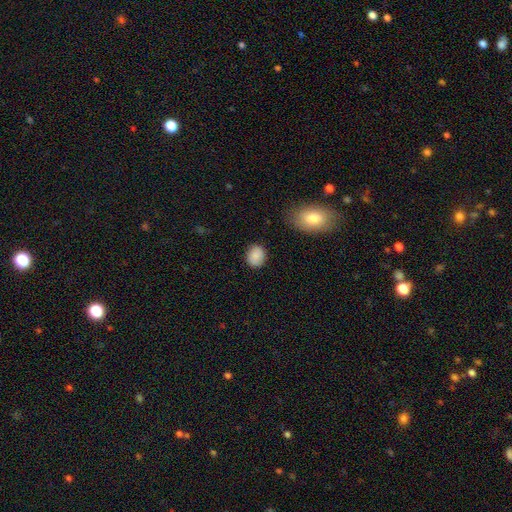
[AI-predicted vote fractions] smooth-or-featured: smooth: 86% | star or artifact: 8% | featured or disk: 5%
  how-rounded: round: 57% | in between: 42% | cigar-shaped: 1%
  merging: none: 84% | minor disturbance: 12% | major disturbance: 3% | merger: 2%